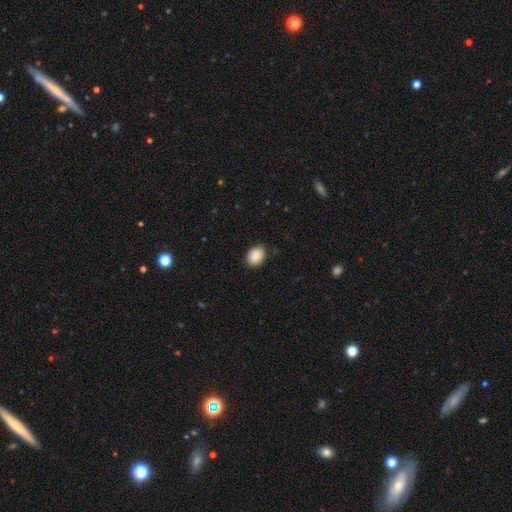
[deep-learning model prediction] Morphology: type=smooth (89%); roundness=in between (72%); merging=none (84%).